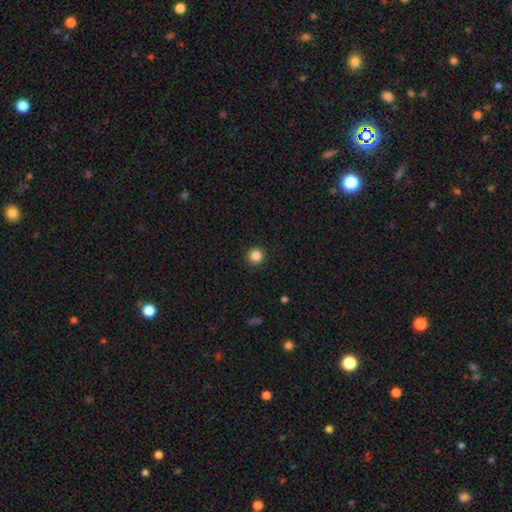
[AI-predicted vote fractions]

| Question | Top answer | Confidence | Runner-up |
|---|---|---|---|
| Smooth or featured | smooth | 86% | star or artifact (11%) |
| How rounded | round | 96% | in between (3%) |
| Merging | none | 93% | minor disturbance (5%) |